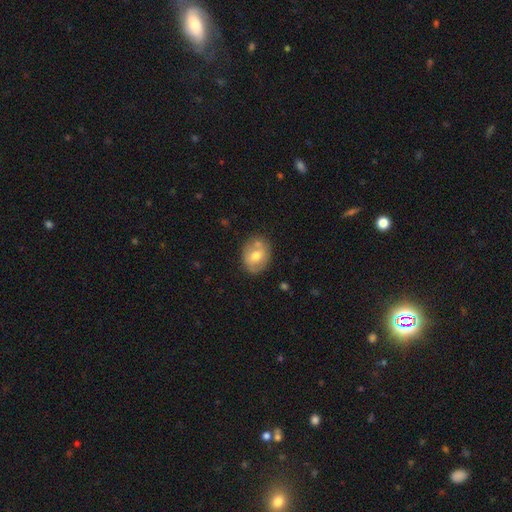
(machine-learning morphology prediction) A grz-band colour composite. It shows a smooth galaxy with no disk features (57%) that is in between round and cigar-shaped (54%). Merging: none (67%).